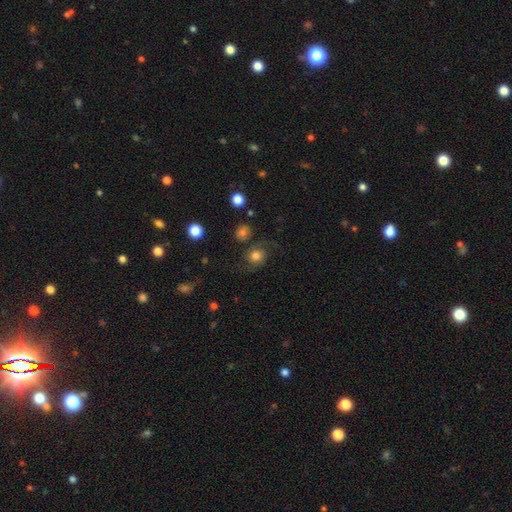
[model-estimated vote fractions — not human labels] The model was most divided on "smooth or featured": smooth: 48%, featured or disk: 41%, star or artifact: 12%. More confident: merging — none (63%).